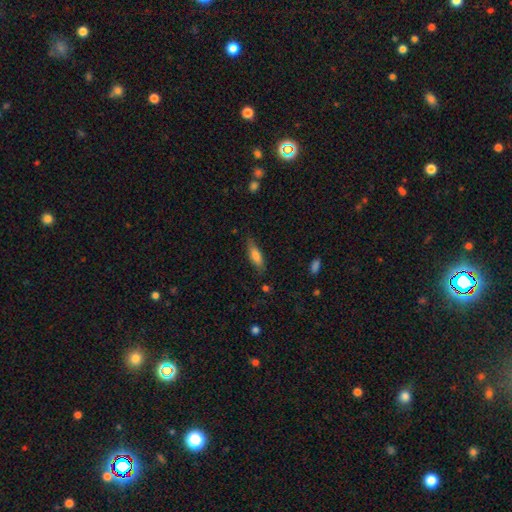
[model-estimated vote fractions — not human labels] smooth 72%, featured or disk 21%, star or artifact 7%. Down the decision tree: how rounded — cigar-shaped (56%); merging — none (78%).